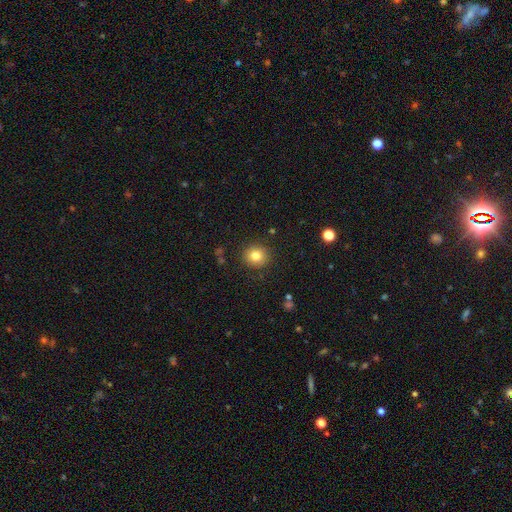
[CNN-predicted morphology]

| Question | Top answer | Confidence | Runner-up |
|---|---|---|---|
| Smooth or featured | smooth | 82% | star or artifact (11%) |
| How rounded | round | 89% | in between (10%) |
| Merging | none | 89% | minor disturbance (7%) |